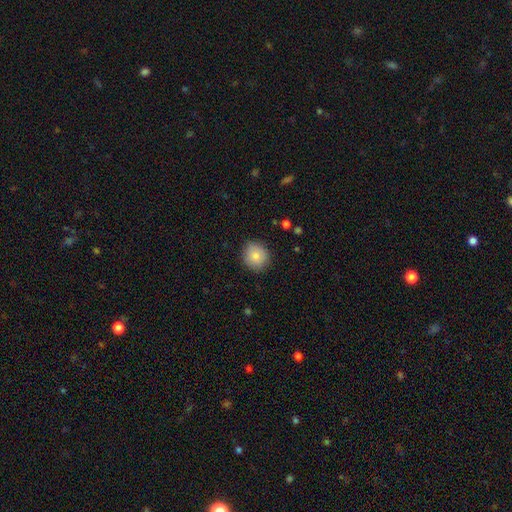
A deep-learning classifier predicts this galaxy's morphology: A smooth galaxy with no disk features (83%) that is round (87%).

Vote fractions:
- Smooth or featured? smooth: 83% / featured or disk: 9% / star or artifact: 9%
- How rounded? round: 87% / in between: 12% / cigar-shaped: 1%
- Merging? none: 88% / minor disturbance: 9% / major disturbance: 2% / merger: 1%